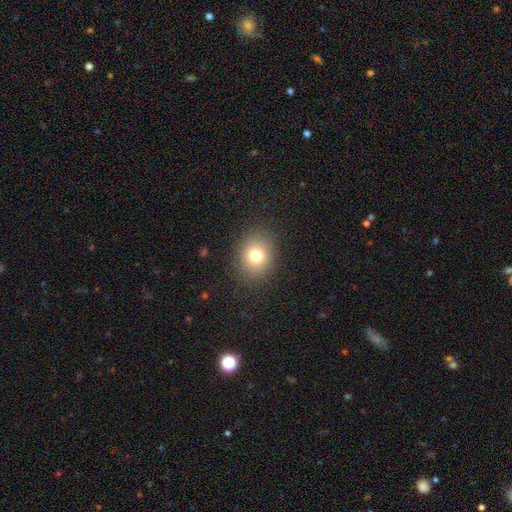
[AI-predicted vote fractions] Q: Smooth or featured?
A: smooth (78%); runner-up: star or artifact (13%)
Q: How rounded?
A: round (55%); runner-up: in between (44%)
Q: Merging?
A: none (87%); runner-up: minor disturbance (9%)